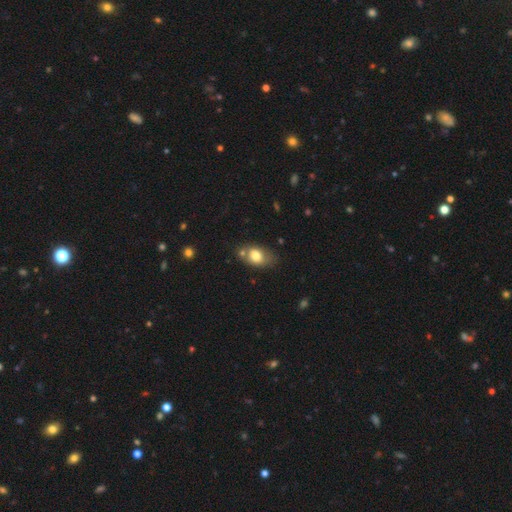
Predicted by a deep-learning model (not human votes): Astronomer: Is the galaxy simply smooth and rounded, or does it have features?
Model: smooth — 76%.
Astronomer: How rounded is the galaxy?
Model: in between — 79%.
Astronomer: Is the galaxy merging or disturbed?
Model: none — 55%.